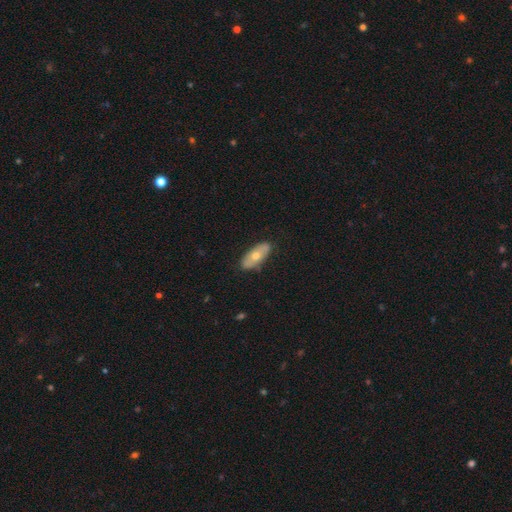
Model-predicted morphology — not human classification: Smooth or featured? smooth (49%)
Merging? none (84%)